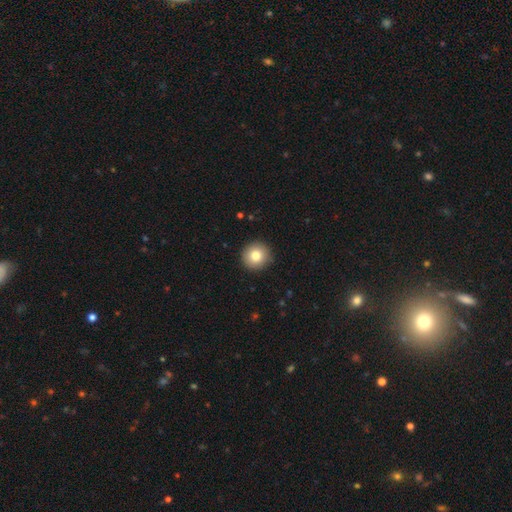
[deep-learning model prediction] smooth-or-featured: smooth: 80% | featured or disk: 10% | star or artifact: 10%
  how-rounded: round: 95% | in between: 4% | cigar-shaped: 1%
  merging: none: 92% | minor disturbance: 6% | major disturbance: 2% | merger: 1%